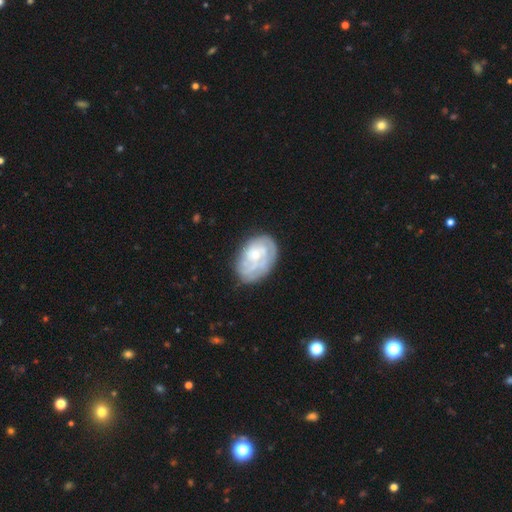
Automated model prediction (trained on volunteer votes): Overall: featured or disk (64%; smooth 29%). Edge-on disk: no (97%). Bar: no (79%). Spiral arms: yes (73%). Bulge size: small (56%; moderate 34%). Merging: none (63%; minor disturbance 24%).